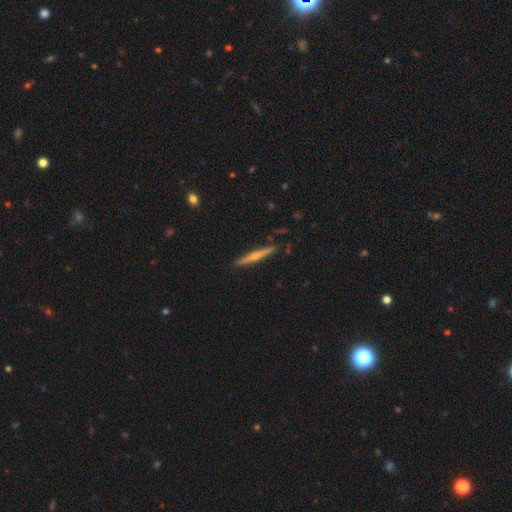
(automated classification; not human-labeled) Overall: featured or disk (59%; smooth 35%). Edge-on disk: yes (98%). Edge-on bulge: rounded (75%). Merging: none (90%).